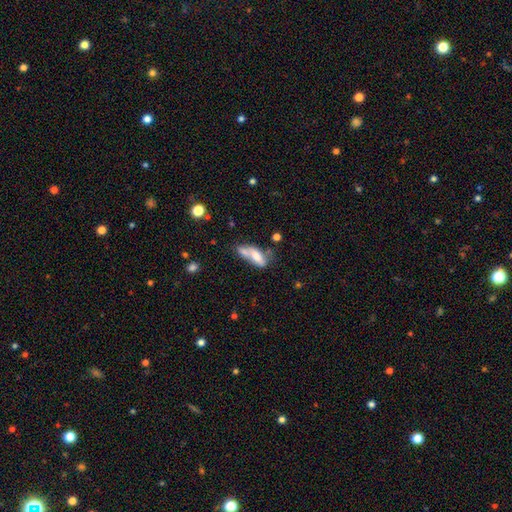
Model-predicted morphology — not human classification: A smooth galaxy with no disk features (58%) that is in between round and cigar-shaped (70%).

Vote fractions:
- Smooth or featured? smooth: 58% / featured or disk: 34% / star or artifact: 8%
- How rounded? in between: 70% / cigar-shaped: 27% / round: 4%
- Merging? merger: 41% / none: 29% / minor disturbance: 18% / major disturbance: 12%